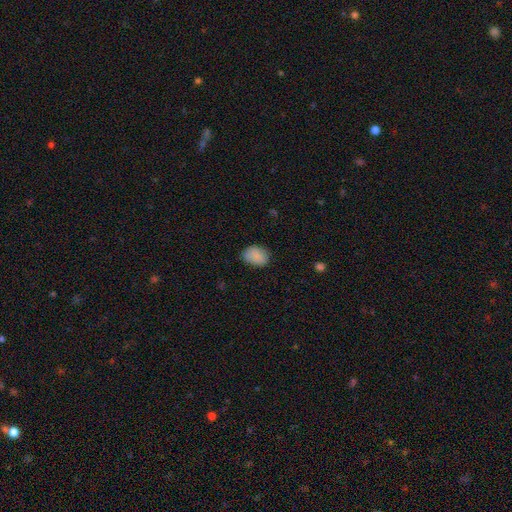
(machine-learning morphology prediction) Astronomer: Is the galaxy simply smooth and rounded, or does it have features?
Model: smooth — 88%.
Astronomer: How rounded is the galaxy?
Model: in between — 76%.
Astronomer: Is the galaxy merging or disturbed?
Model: none — 81%.